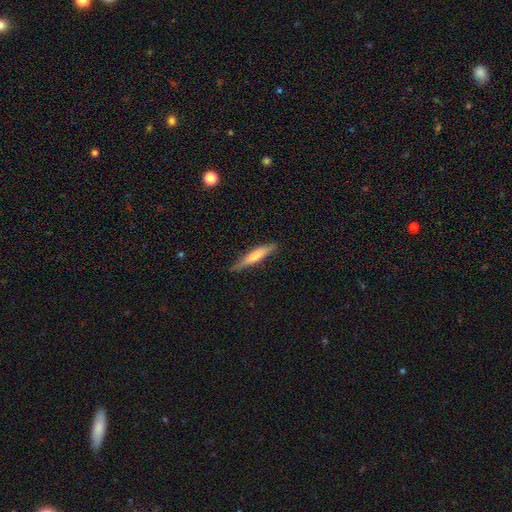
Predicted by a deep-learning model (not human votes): smooth-or-featured: smooth: 66% | featured or disk: 29% | star or artifact: 5%
  how-rounded: cigar-shaped: 88% | in between: 11% | round: 1%
  merging: none: 80% | minor disturbance: 16% | major disturbance: 3% | merger: 1%